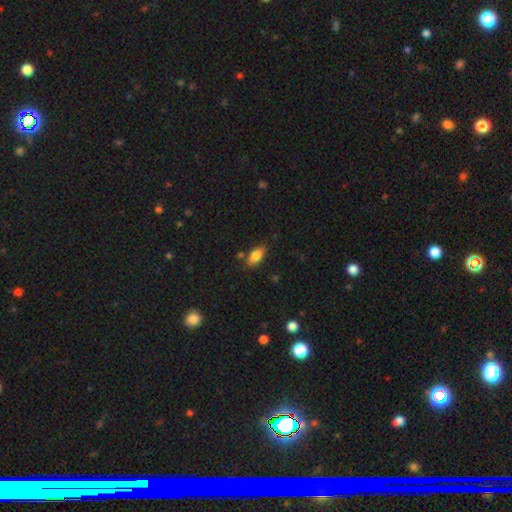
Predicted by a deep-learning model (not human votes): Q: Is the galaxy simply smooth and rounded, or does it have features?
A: smooth — 82%.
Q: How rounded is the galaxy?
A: in between — 87%.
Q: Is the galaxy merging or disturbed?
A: none — 78%.